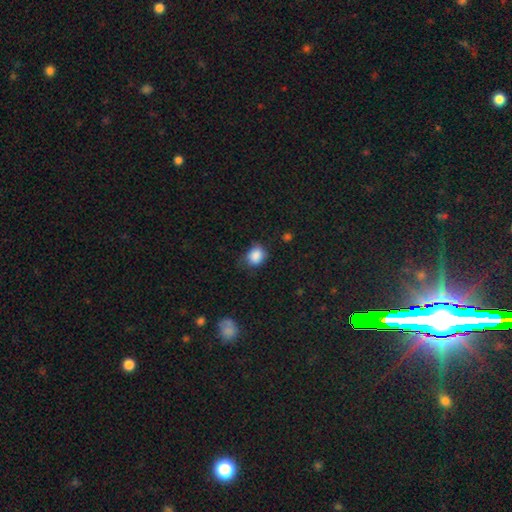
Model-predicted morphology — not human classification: Smooth or featured: smooth — 86% (star or artifact — 9%)
How rounded: round — 55% (in between — 44%)
Merging: none — 57% (minor disturbance — 32%)